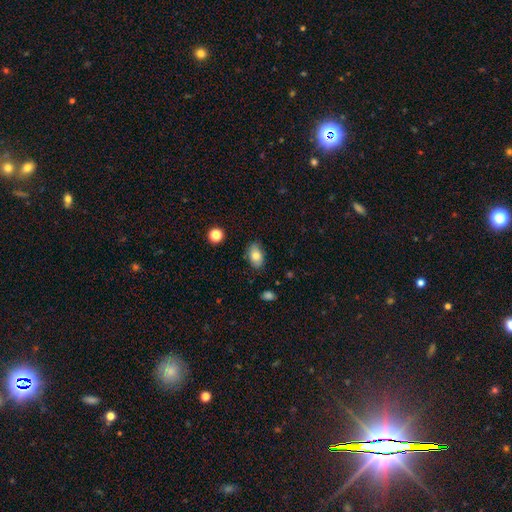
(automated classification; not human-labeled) A smooth galaxy with no disk features (80%) that is in between round and cigar-shaped (88%).

Vote fractions:
- Smooth or featured? smooth: 80% / featured or disk: 12% / star or artifact: 8%
- How rounded? in between: 88% / round: 11% / cigar-shaped: 2%
- Merging? none: 81% / minor disturbance: 15% / major disturbance: 3% / merger: 1%